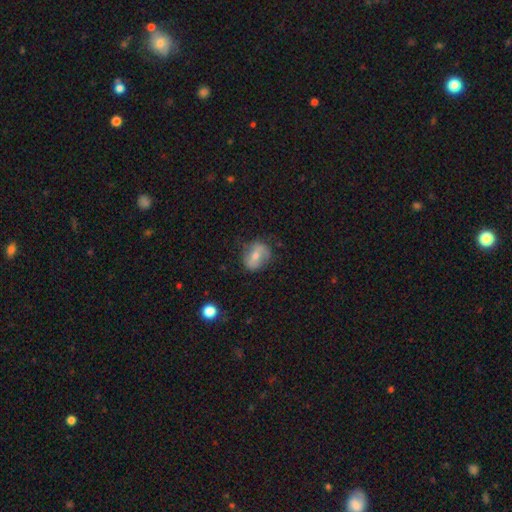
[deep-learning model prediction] This appears to be a smooth galaxy with no disk features (53%) that is in between round and cigar-shaped (51%). Merging: none (68%).